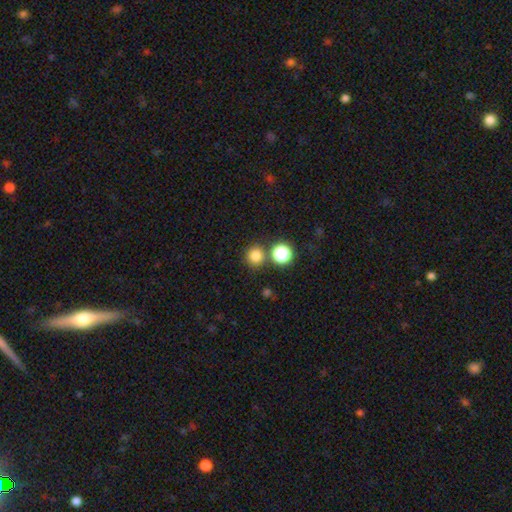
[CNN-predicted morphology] The model was most divided on "smooth or featured": smooth: 79%, star or artifact: 16%, featured or disk: 5%. More confident: how rounded — round (92%); merging — none (78%).